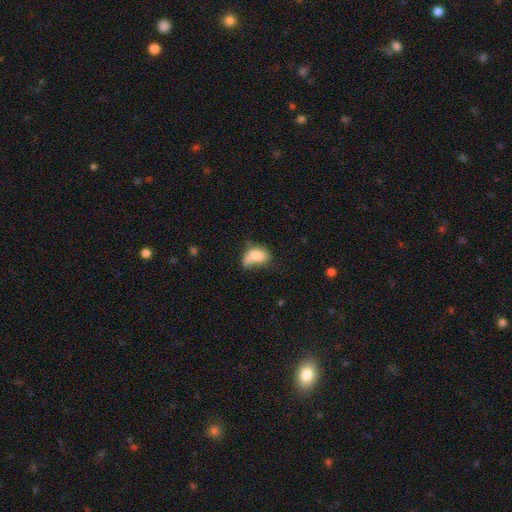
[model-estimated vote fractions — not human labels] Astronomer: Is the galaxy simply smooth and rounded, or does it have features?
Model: smooth — 72%.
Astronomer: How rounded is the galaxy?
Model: in between — 86%.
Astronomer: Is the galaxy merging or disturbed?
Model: minor disturbance — 27% (runner-up: none, 26%).